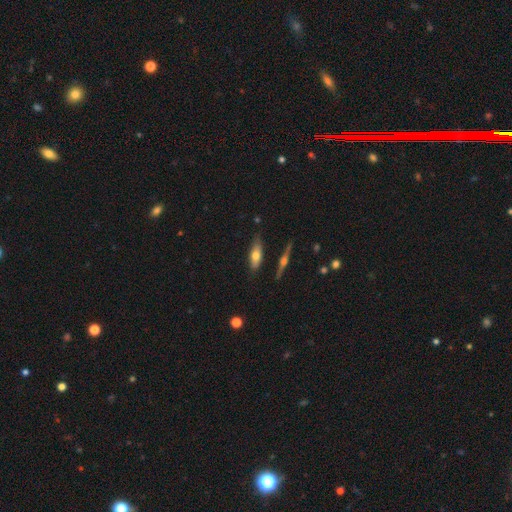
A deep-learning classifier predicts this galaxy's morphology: A smooth galaxy with no disk features (57%) that is in between round and cigar-shaped (61%).

Vote fractions:
- Smooth or featured? smooth: 57% / featured or disk: 36% / star or artifact: 7%
- How rounded? in between: 61% / cigar-shaped: 36% / round: 3%
- Merging? none: 75% / minor disturbance: 16% / merger: 5% / major disturbance: 4%